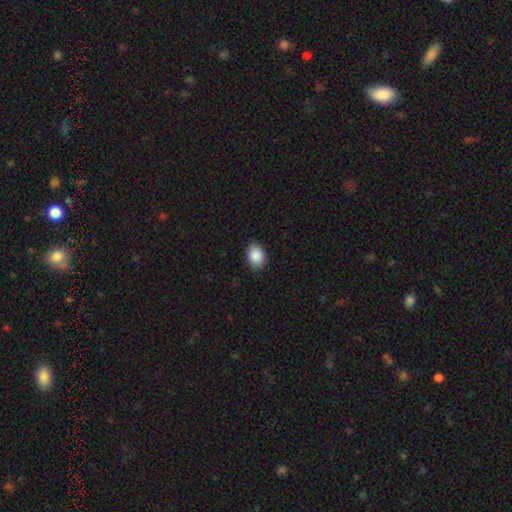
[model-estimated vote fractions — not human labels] smooth 89%, star or artifact 7%, featured or disk 4%. Down the decision tree: how rounded — in between (77%); merging — none (89%).